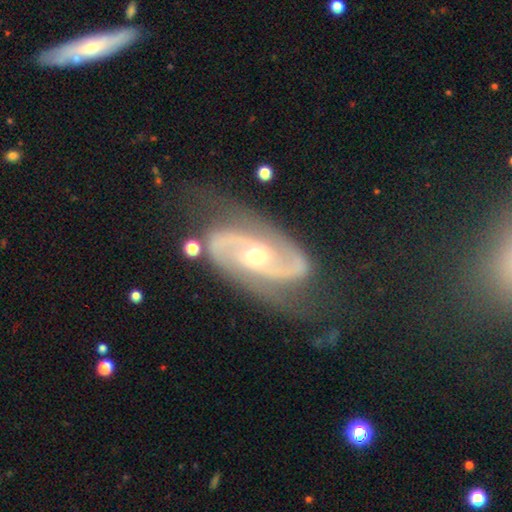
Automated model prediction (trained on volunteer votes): The model was most divided on "bulge size": moderate: 51%, small: 45%, large: 2%, none: 1%, dominant: 1%. More confident: spiral arms — yes (98%); edge-on disk — no (97%); spiral arm count — 2 (92%); smooth or featured — featured or disk (91%); merging — none (69%); spiral winding — medium (55%); bar — no (50%).